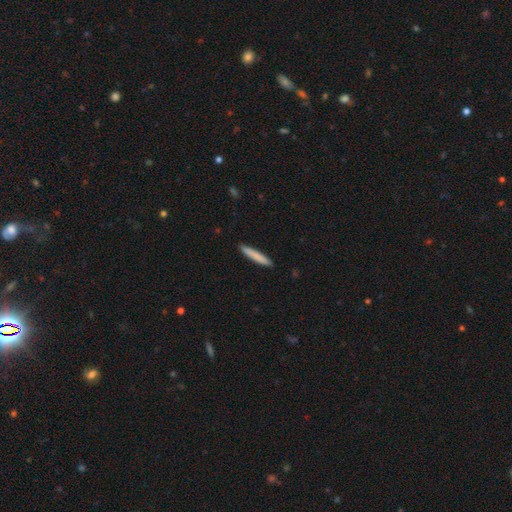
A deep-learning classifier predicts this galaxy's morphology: A smooth galaxy with no disk features (82%) that is cigar-shaped (93%). Merging: none (91%).